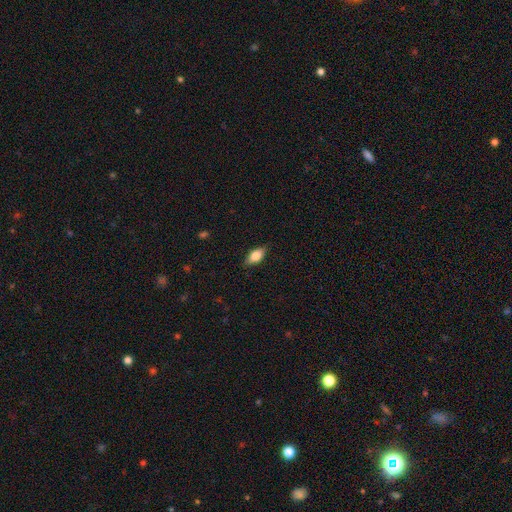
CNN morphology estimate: smooth_or_featured: smooth (p=0.76) [alt: featured or disk p=0.17]
how_rounded: in between (p=0.85) [alt: cigar-shaped p=0.11]
merging: none (p=0.82) [alt: minor disturbance p=0.14]